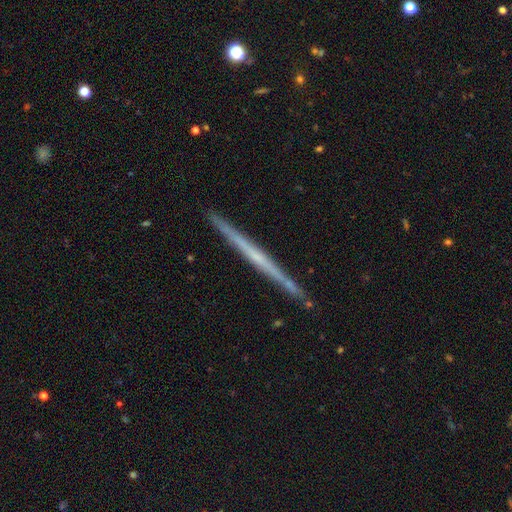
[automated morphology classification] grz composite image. It shows a featured or disk galaxy (69%) viewed edge-on (98%) with no central bulge (79%). Merging: none (91%).